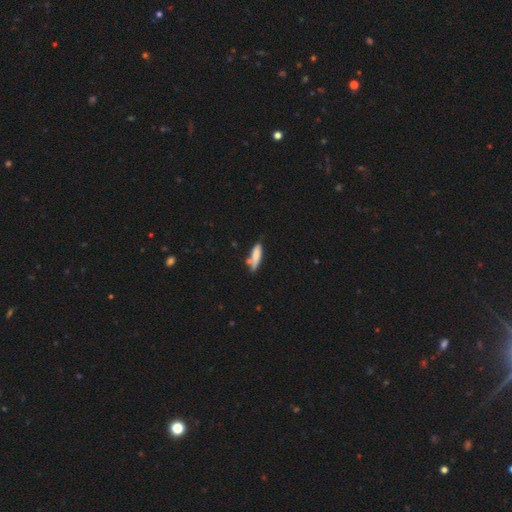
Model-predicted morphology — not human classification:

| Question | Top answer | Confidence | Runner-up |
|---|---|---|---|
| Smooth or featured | smooth | 77% | featured or disk (17%) |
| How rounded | cigar-shaped | 63% | in between (36%) |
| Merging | none | 56% | minor disturbance (26%) |